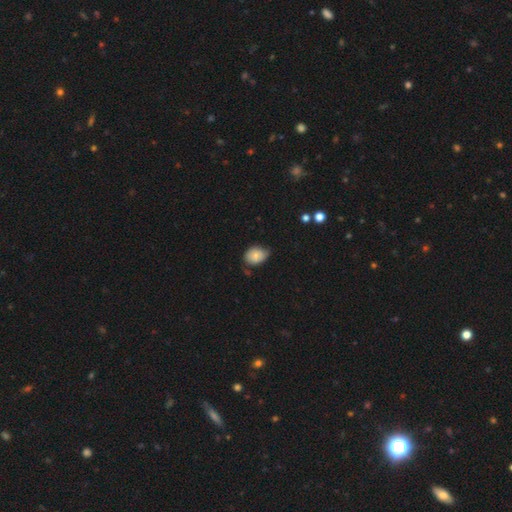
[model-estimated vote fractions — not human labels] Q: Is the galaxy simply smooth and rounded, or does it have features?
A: smooth — 79%.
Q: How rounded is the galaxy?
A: in between — 70%.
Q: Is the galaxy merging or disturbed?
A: none — 54%.